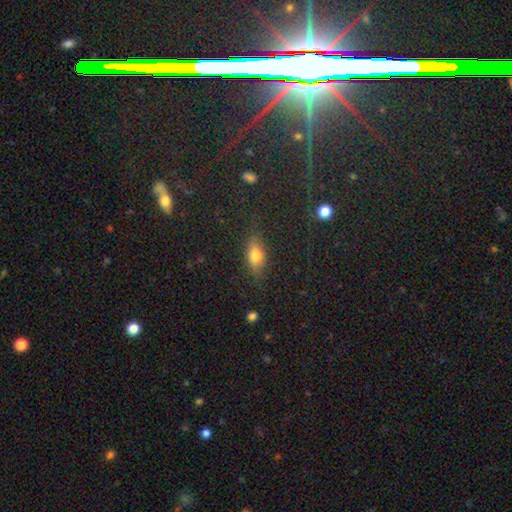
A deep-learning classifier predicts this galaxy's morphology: Smooth or featured: smooth — 65% (featured or disk — 20%)
How rounded: in between — 70% (cigar-shaped — 18%)
Merging: none — 80% (minor disturbance — 13%)